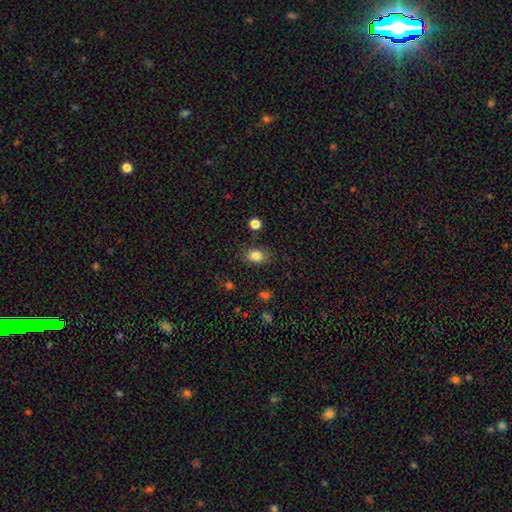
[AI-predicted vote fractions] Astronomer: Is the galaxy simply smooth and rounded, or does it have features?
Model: smooth — 83%.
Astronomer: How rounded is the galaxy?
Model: in between — 64%.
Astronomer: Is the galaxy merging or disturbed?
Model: none — 79%.